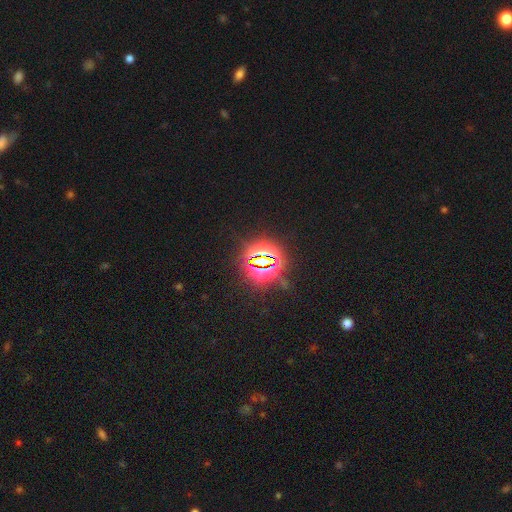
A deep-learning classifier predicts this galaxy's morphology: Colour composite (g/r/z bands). It shows a star or artifact, not a galaxy (81%).